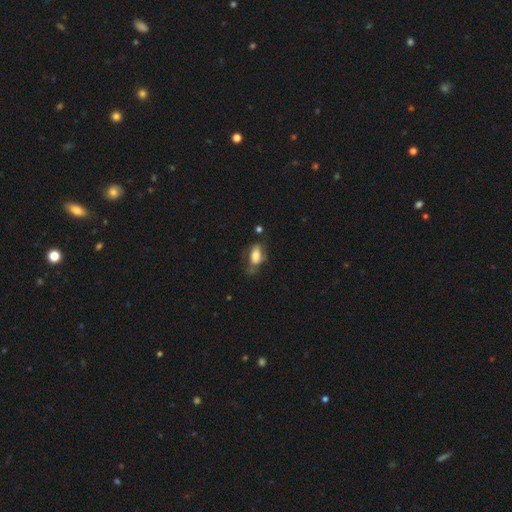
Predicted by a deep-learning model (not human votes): A smooth galaxy with no disk features (71%) that is in between round and cigar-shaped (86%).

Vote fractions:
- Smooth or featured? smooth: 71% / featured or disk: 21% / star or artifact: 8%
- How rounded? in between: 86% / cigar-shaped: 9% / round: 5%
- Merging? none: 47% / minor disturbance: 30% / major disturbance: 19% / merger: 4%